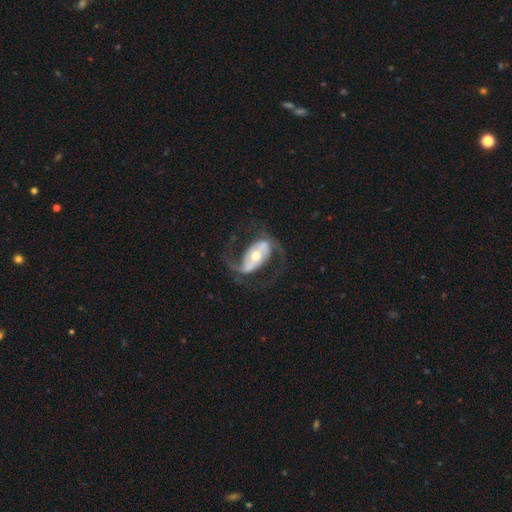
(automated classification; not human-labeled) The model was most divided on "spiral winding": medium: 49%, loose: 38%, tight: 13%. Remaining: edge-on disk — no (96%); spiral arms — yes (93%); spiral arm count — 2 (92%); smooth or featured — featured or disk (87%); merging — none (69%); bulge size — moderate (62%); bar — strong (47%).